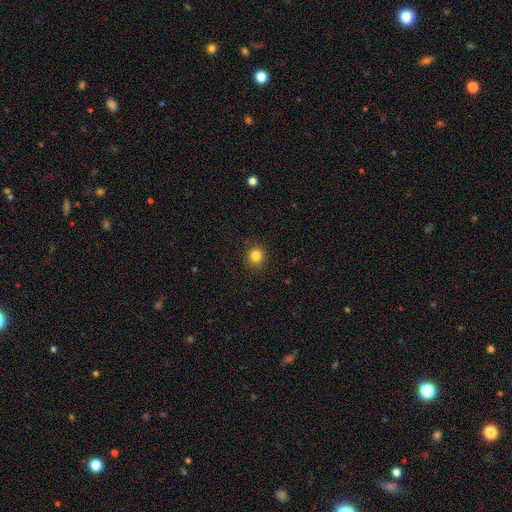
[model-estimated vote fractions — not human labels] The model was most divided on "smooth or featured": smooth: 84%, star or artifact: 12%, featured or disk: 5%. More confident: merging — none (89%); how rounded — round (86%).